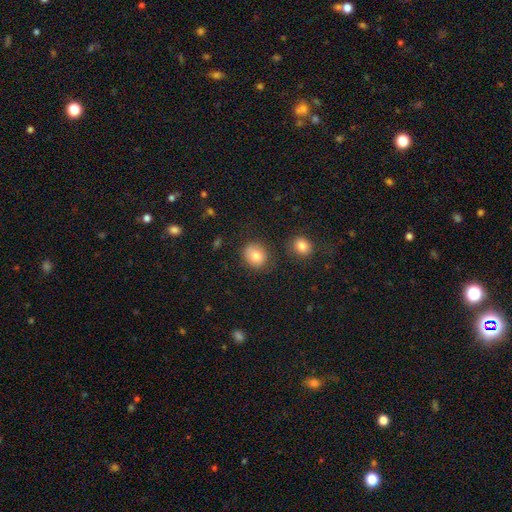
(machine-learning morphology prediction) A smooth galaxy with no disk features (82%) that is round (77%).

Vote fractions:
- Smooth or featured? smooth: 82% / star or artifact: 9% / featured or disk: 9%
- How rounded? round: 77% / in between: 22% / cigar-shaped: 1%
- Merging? none: 79% / minor disturbance: 13% / merger: 4% / major disturbance: 4%